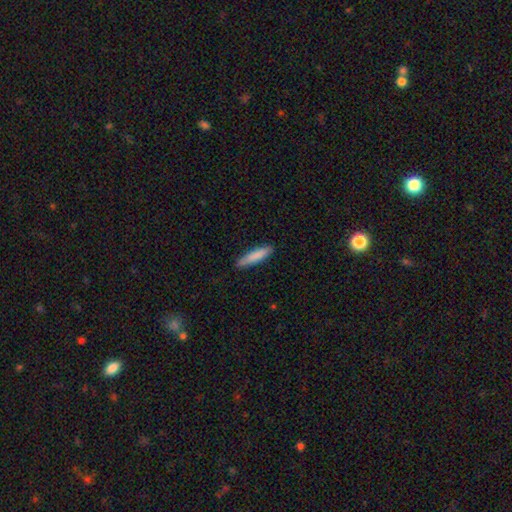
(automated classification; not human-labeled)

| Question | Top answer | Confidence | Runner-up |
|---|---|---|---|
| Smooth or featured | smooth | 84% | featured or disk (11%) |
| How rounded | cigar-shaped | 86% | in between (13%) |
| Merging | none | 88% | minor disturbance (9%) |